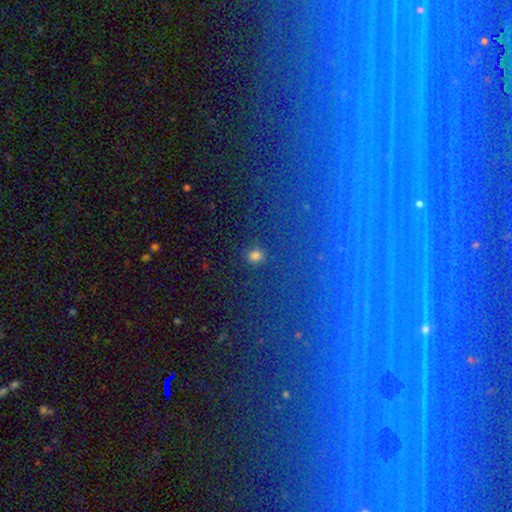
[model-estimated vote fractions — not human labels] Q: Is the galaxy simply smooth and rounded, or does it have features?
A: smooth — 72%.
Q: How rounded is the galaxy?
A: round — 86%.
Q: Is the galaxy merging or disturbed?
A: none — 89%.